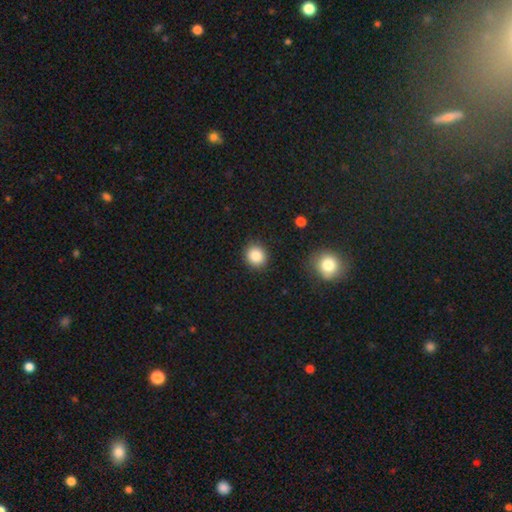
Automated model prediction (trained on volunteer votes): smooth_or_featured: smooth (p=0.86) [alt: star or artifact p=0.09]
how_rounded: round (p=0.73) [alt: in between p=0.26]
merging: none (p=0.89) [alt: minor disturbance p=0.08]